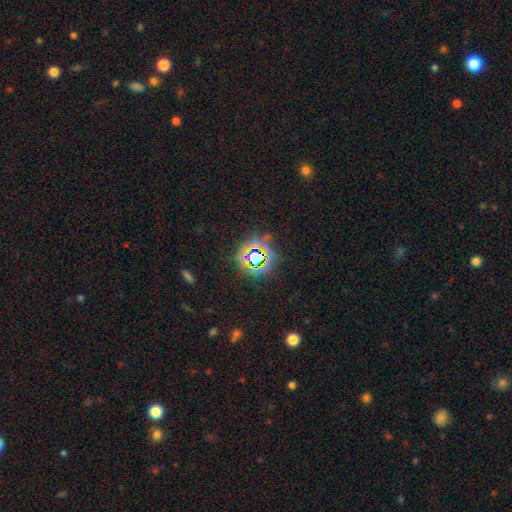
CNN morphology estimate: star or artifact 69%, smooth 20%, featured or disk 10%.